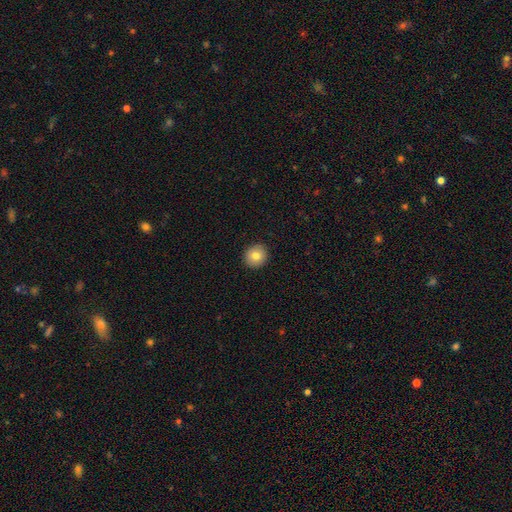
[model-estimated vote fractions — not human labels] Smooth or featured?
  - smooth: 80% *
  - featured or disk: 12%
  - star or artifact: 9%
How rounded?
  - round: 88% *
  - in between: 11%
  - cigar-shaped: 1%
Merging?
  - none: 92% *
  - minor disturbance: 6%
  - major disturbance: 2%
  - merger: 1%